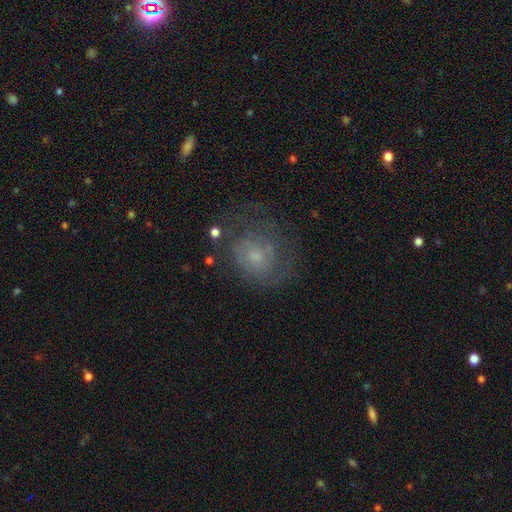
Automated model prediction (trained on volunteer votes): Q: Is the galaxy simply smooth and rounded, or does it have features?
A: featured or disk — 51%.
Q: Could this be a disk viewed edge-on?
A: no — 97%.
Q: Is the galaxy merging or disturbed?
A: none — 56%.